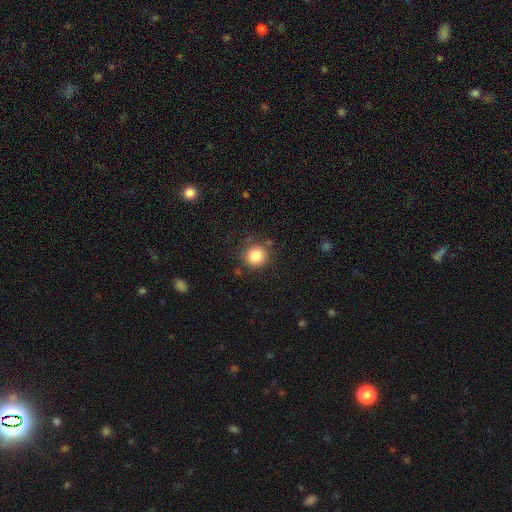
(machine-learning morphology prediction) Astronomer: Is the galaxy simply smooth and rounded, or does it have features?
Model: smooth — 84%.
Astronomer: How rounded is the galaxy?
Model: round — 90%.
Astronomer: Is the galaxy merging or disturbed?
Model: none — 83%.